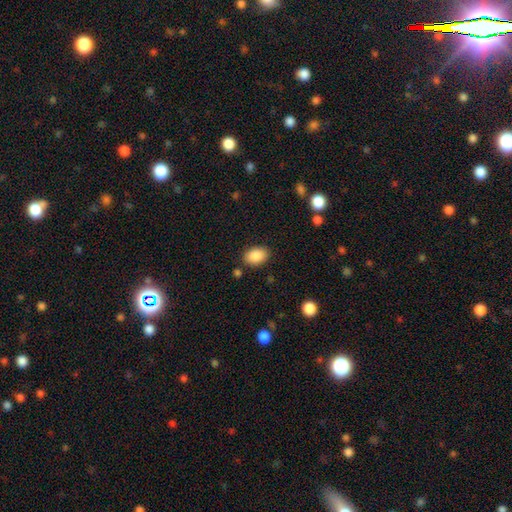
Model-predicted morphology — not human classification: smooth 88%, star or artifact 7%, featured or disk 4%. Down the decision tree: how rounded — in between (86%); merging — none (85%).